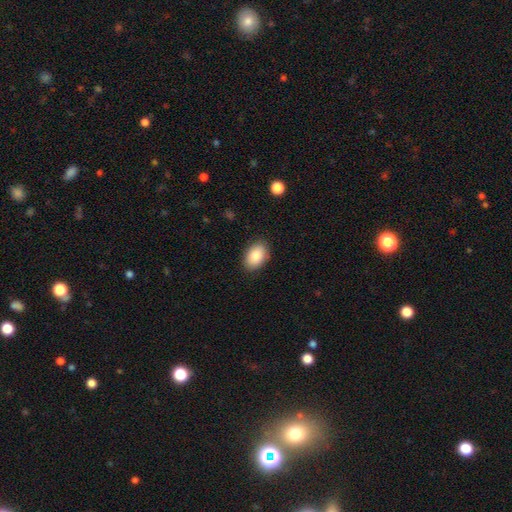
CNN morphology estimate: Smooth or featured?
  - smooth: 88% *
  - star or artifact: 7%
  - featured or disk: 6%
How rounded?
  - in between: 89% *
  - round: 10%
  - cigar-shaped: 1%
Merging?
  - none: 87% *
  - minor disturbance: 9%
  - major disturbance: 2%
  - merger: 1%